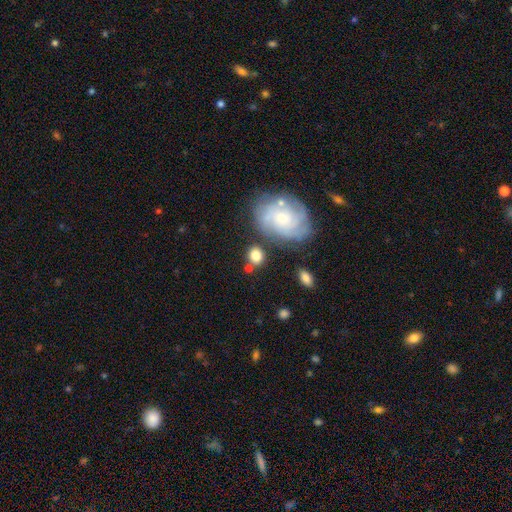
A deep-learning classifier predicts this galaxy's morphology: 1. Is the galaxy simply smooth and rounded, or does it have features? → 75% smooth, 17% featured or disk, 9% star or artifact.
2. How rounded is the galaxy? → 72% round, 26% in between, 2% cigar-shaped.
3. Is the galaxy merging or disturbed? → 70% none, 13% minor disturbance, 11% merger, 5% major disturbance.